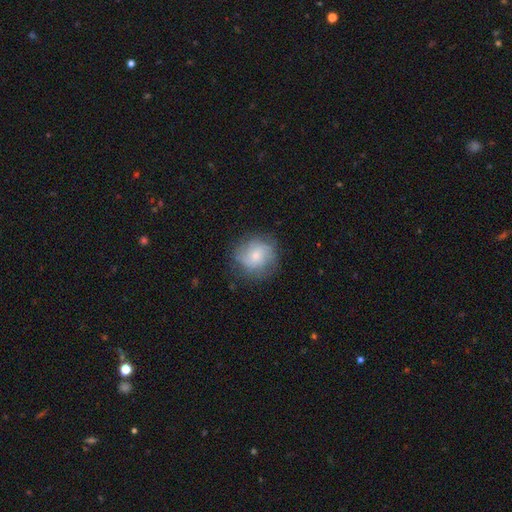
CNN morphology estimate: This is possibly a smooth galaxy (51%). How rounded: clearly round (86%). Merging: likely none (73%).